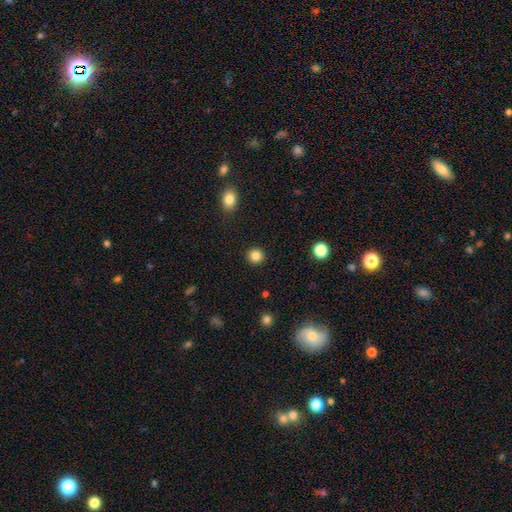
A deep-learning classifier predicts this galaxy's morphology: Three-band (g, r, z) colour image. It shows a smooth galaxy with no disk features (85%) that is round (93%). Merging: none (92%).